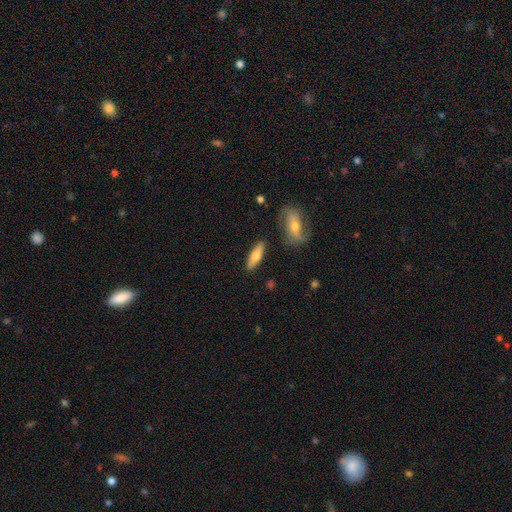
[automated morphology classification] The model was most divided on "how rounded": cigar-shaped: 59%, in between: 38%, round: 3%. More confident: merging — none (85%); smooth or featured — smooth (60%).